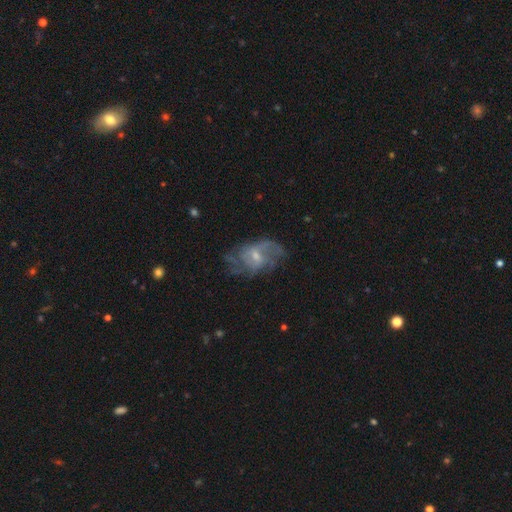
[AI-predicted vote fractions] Overall: featured or disk (76%). Edge-on disk: no (96%). Bar: weak (49%; no 43%). Spiral arms: yes (86%). Spiral arm count: can't tell (37%; 2 27%). Spiral winding: medium (42%; loose 35%). Bulge size: small (57%; moderate 35%). Merging: none (60%; minor disturbance 21%).